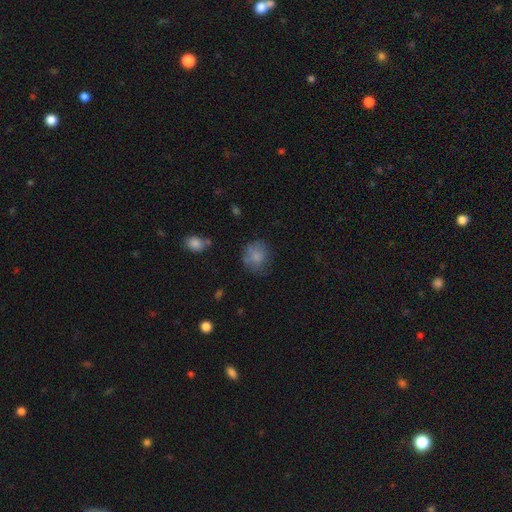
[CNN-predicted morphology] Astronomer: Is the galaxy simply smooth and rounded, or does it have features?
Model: smooth — 74%.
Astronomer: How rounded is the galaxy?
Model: round — 76%.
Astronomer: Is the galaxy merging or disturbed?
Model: none — 57%.